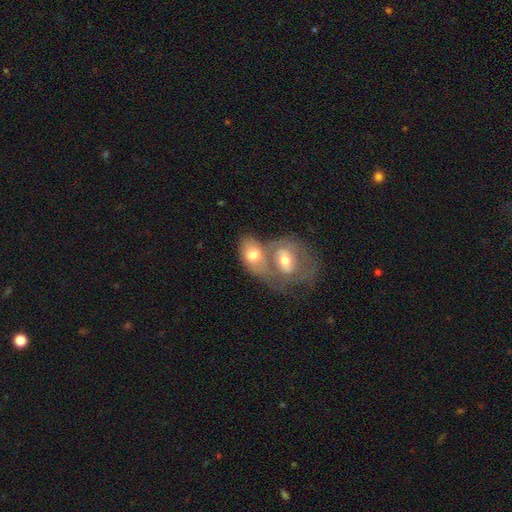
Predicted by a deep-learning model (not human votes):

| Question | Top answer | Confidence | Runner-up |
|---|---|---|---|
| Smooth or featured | featured or disk | 49% | smooth (41%) |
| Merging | merger | 70% | none (20%) |